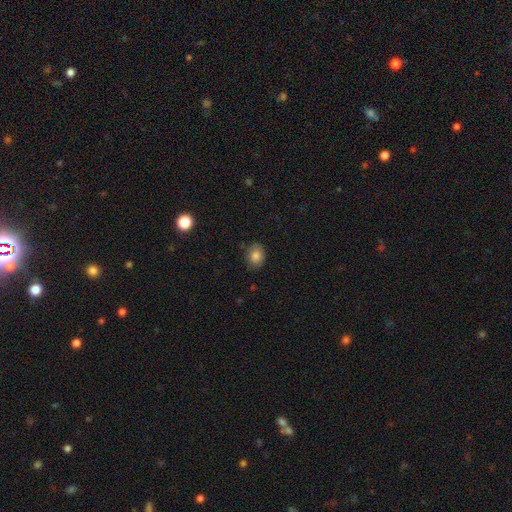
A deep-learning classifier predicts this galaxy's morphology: The model was most divided on "how rounded": in between: 57%, round: 42%, cigar-shaped: 1%. More confident: smooth or featured — smooth (83%); merging — none (80%).